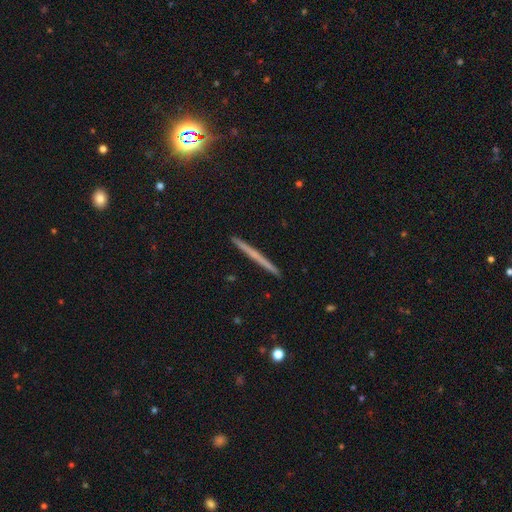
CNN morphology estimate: Q: Smooth or featured?
A: featured or disk (49%); runner-up: smooth (42%)
Q: Merging?
A: none (93%); runner-up: minor disturbance (5%)